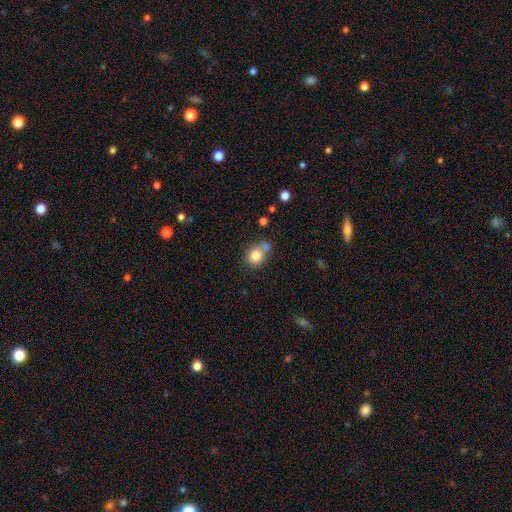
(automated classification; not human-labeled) Smooth or featured? Predicted: smooth (p=0.81). How rounded? Predicted: round (p=0.73). Merging? Predicted: none (p=0.50).